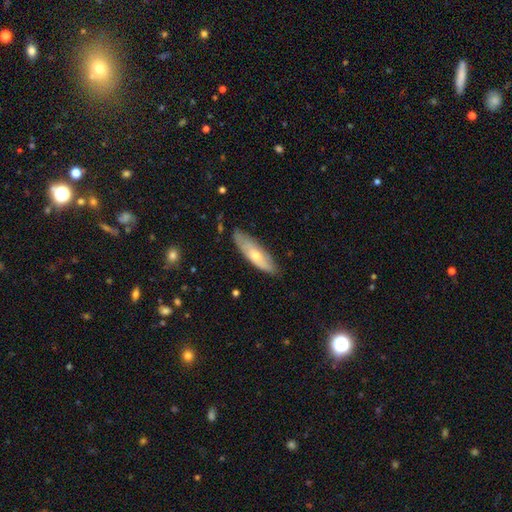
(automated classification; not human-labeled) Smooth or featured? smooth (54%)
How rounded? cigar-shaped (56%)
Merging? none (77%)